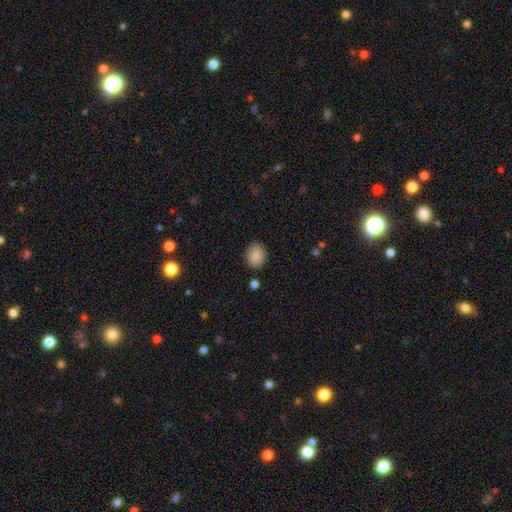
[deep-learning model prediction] smooth-or-featured: smooth: 88% | star or artifact: 8% | featured or disk: 4%
  how-rounded: in between: 51% | round: 48% | cigar-shaped: 1%
  merging: none: 87% | minor disturbance: 9% | major disturbance: 2% | merger: 2%